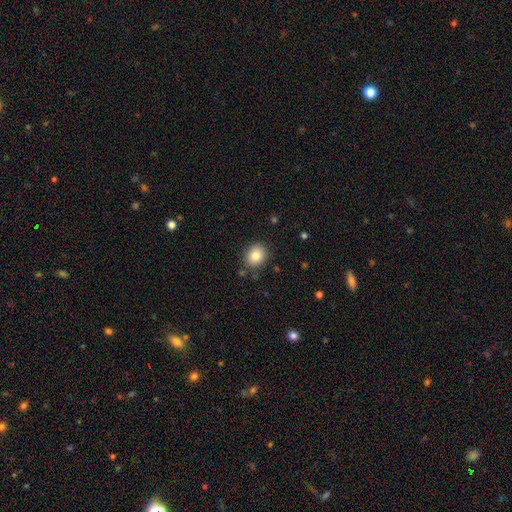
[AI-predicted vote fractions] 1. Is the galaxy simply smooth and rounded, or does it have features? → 83% smooth, 9% star or artifact, 7% featured or disk.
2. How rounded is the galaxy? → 65% round, 34% in between, 1% cigar-shaped.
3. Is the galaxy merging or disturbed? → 85% none, 10% minor disturbance, 3% major disturbance, 2% merger.